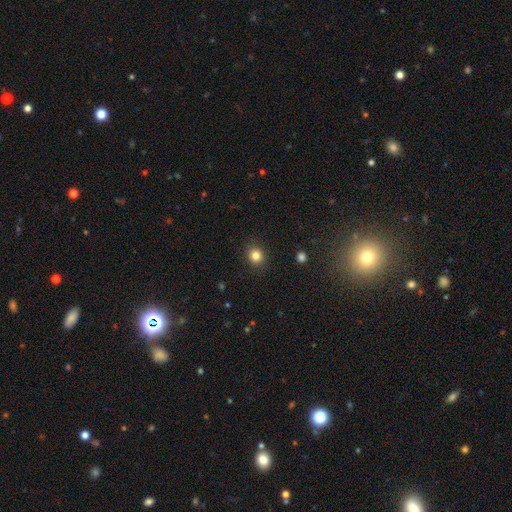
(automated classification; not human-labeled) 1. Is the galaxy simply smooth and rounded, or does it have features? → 83% smooth, 12% star or artifact, 5% featured or disk.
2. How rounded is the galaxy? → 85% round, 14% in between, 1% cigar-shaped.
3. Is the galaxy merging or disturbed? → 90% none, 7% minor disturbance, 2% major disturbance, 1% merger.